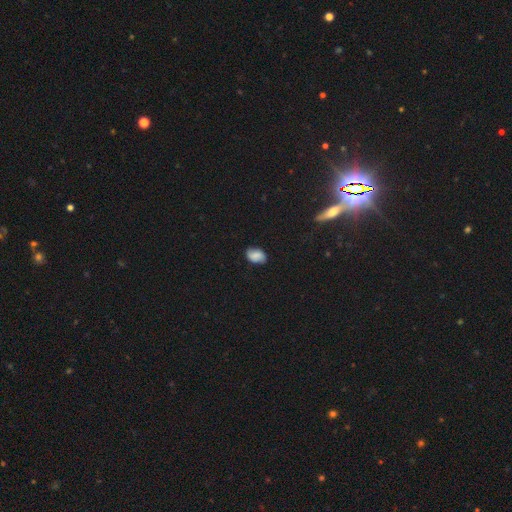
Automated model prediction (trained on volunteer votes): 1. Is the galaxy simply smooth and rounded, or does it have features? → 68% smooth, 22% featured or disk, 10% star or artifact.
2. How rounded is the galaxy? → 85% in between, 14% round, 1% cigar-shaped.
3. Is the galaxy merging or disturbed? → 79% none, 16% minor disturbance, 3% major disturbance, 1% merger.